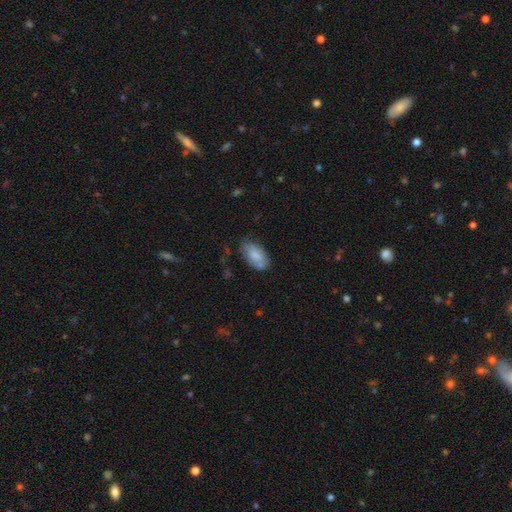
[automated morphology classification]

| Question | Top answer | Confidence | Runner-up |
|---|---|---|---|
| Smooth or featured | smooth | 79% | featured or disk (15%) |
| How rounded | in between | 94% | round (4%) |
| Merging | none | 62% | minor disturbance (25%) |